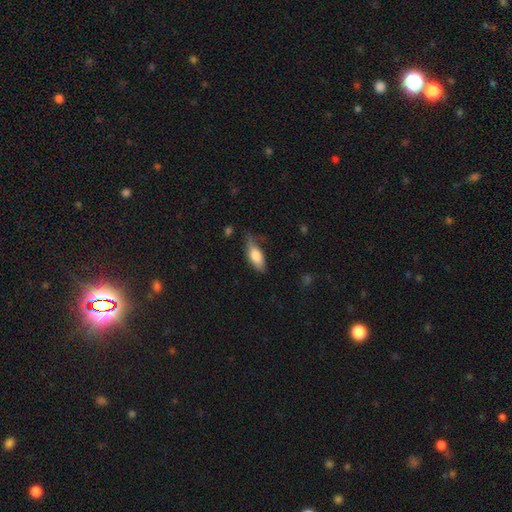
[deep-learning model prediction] Smooth or featured?
  - smooth: 74% *
  - featured or disk: 19%
  - star or artifact: 6%
How rounded?
  - in between: 78% *
  - cigar-shaped: 19%
  - round: 3%
Merging?
  - none: 50% *
  - minor disturbance: 35%
  - major disturbance: 12%
  - merger: 3%